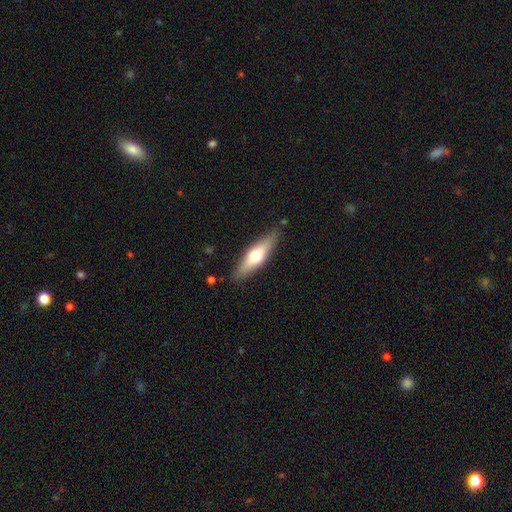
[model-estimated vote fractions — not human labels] smooth 51%, featured or disk 44%, star or artifact 6%. Down the decision tree: how rounded — cigar-shaped (59%); merging — none (85%).